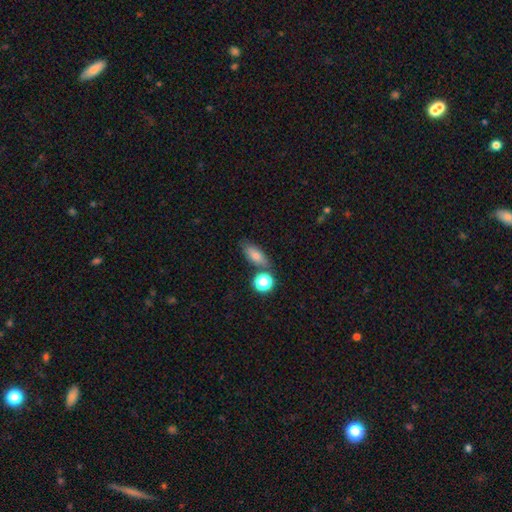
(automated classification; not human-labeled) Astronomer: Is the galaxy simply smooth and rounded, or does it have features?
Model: smooth — 79%.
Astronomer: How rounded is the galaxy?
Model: in between — 71%.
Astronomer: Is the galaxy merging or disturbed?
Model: none — 67%.